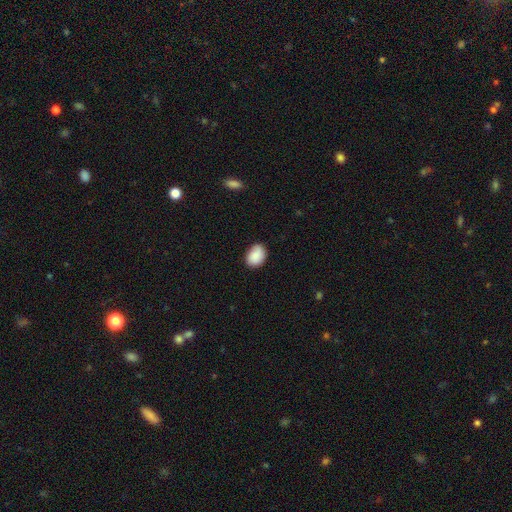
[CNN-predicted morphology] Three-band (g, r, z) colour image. It shows a smooth galaxy with no disk features (88%) that is in between round and cigar-shaped (70%). Merging: none (77%).